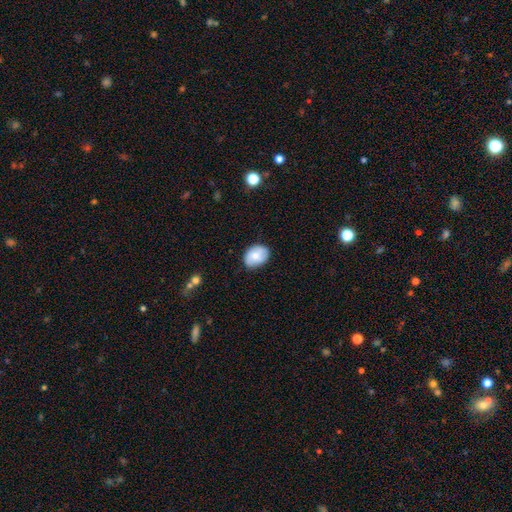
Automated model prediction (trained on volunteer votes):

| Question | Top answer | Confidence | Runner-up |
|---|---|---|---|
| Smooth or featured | smooth | 69% | featured or disk (24%) |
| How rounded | in between | 71% | round (28%) |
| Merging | none | 75% | minor disturbance (20%) |